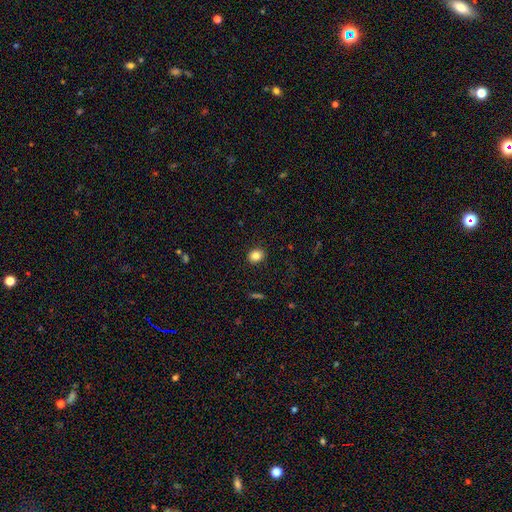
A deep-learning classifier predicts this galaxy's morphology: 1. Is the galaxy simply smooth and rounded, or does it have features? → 84% smooth, 10% star or artifact, 6% featured or disk.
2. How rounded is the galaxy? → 69% round, 30% in between, 1% cigar-shaped.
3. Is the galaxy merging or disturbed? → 90% none, 7% minor disturbance, 2% major disturbance, 1% merger.